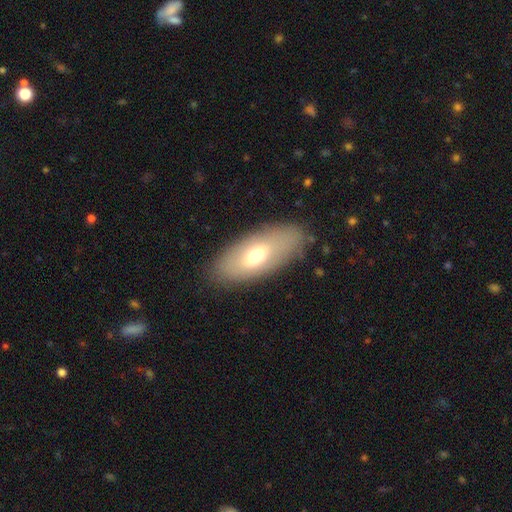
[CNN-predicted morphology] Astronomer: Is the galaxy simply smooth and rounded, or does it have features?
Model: smooth — 62%.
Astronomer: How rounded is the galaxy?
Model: in between — 85%.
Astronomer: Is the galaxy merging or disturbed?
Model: none — 84%.